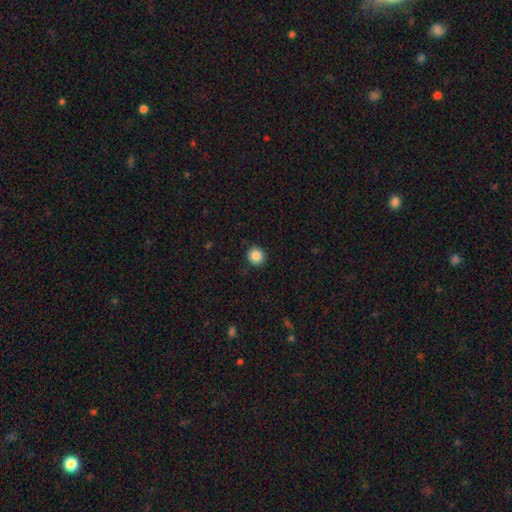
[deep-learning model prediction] Morphology: type=smooth (86%); roundness=round (89%); merging=none (91%).